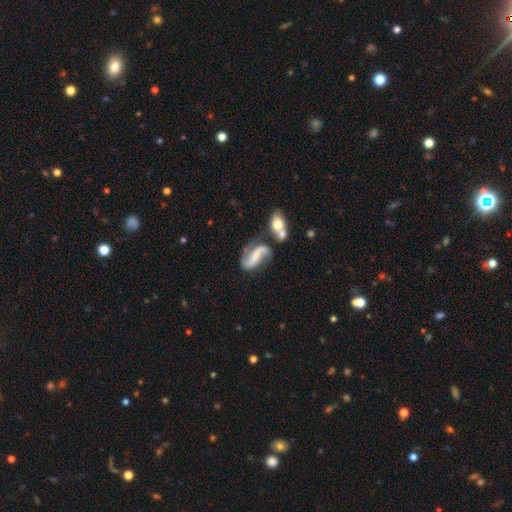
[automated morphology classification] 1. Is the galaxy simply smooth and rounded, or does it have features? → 80% featured or disk, 14% smooth, 6% star or artifact.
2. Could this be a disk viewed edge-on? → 96% no, 4% yes.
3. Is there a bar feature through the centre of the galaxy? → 35% weak, 33% no, 32% strong.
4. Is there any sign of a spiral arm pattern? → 94% yes, 6% no.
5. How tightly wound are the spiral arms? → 66% loose, 26% medium, 8% tight.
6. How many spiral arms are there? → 91% 2, 3% 1, 3% can't tell, 1% 3, 1% 4, 1% more than 4.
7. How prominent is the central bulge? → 42% small, 28% moderate, 22% none, 5% large, 2% dominant.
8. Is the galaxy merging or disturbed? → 51% none, 22% merger, 18% minor disturbance, 10% major disturbance.